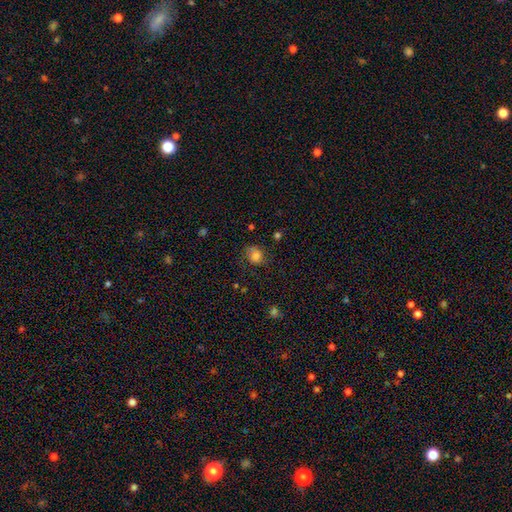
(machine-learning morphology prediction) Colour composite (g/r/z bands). It shows a smooth galaxy with no disk features (76%) that is round (71%). Merging: none (70%).